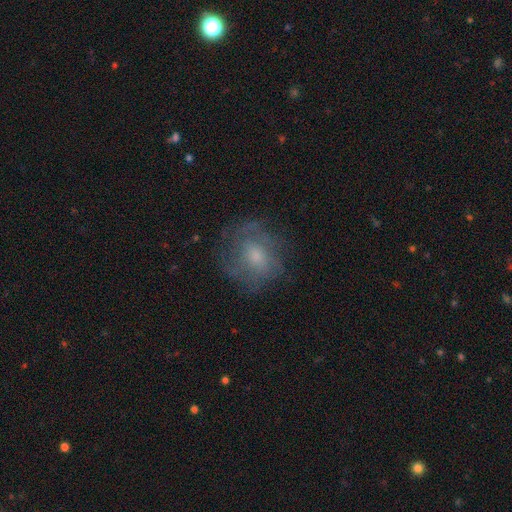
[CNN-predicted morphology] smooth_or_featured: featured or disk (p=0.49) [alt: smooth p=0.39]
merging: none (p=0.68) [alt: minor disturbance p=0.19]